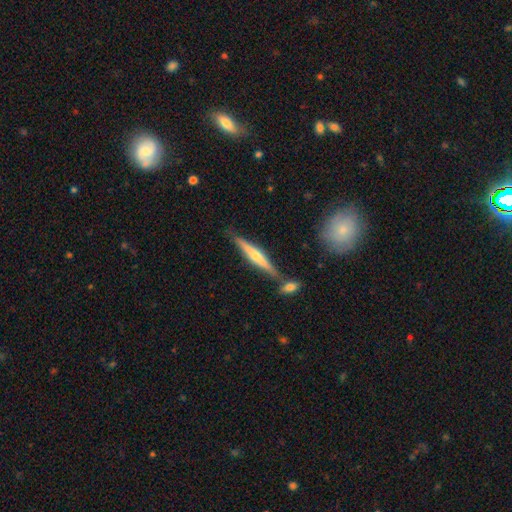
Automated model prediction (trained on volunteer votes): This appears to be a featured or disk galaxy (58%) viewed edge-on (95%) with a rounded central bulge (73%). Merging: none (75%).